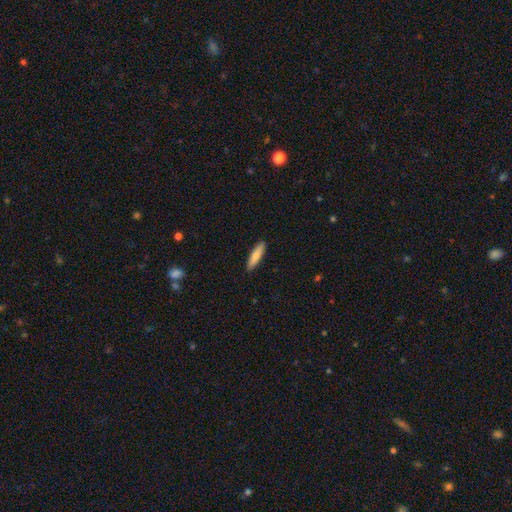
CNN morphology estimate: Q: Smooth or featured?
A: smooth (83%); runner-up: featured or disk (12%)
Q: How rounded?
A: cigar-shaped (77%); runner-up: in between (21%)
Q: Merging?
A: none (90%); runner-up: minor disturbance (7%)